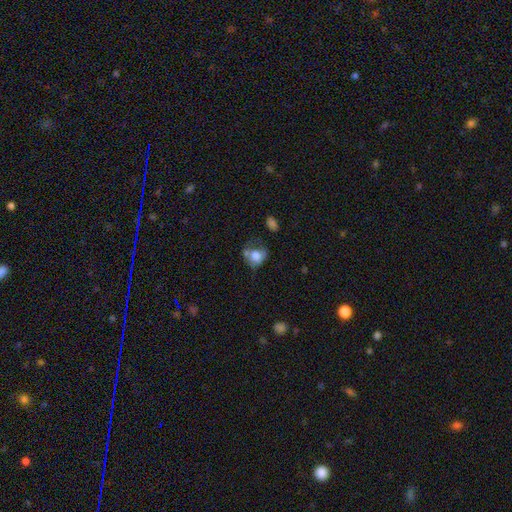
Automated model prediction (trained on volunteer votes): smooth-or-featured: smooth: 64% | featured or disk: 27% | star or artifact: 9%
  how-rounded: round: 53% | in between: 45% | cigar-shaped: 1%
  merging: none: 31% | minor disturbance: 26% | major disturbance: 24% | merger: 19%